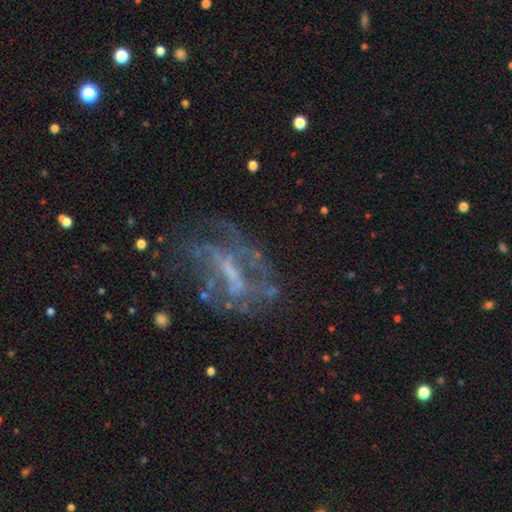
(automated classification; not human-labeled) Smooth or featured?
  - featured or disk: 72% *
  - star or artifact: 16%
  - smooth: 12%
Edge-on disk?
  - no: 92% *
  - yes: 8%
Bar?
  - weak: 35% *
  - no: 34%
  - strong: 31%
Spiral arms?
  - yes: 58% *
  - no: 42%
Bulge size?
  - none: 46% *
  - small: 32%
  - moderate: 19%
  - large: 3%
  - dominant: 1%
Merging?
  - none: 49% *
  - major disturbance: 29%
  - minor disturbance: 18%
  - merger: 4%